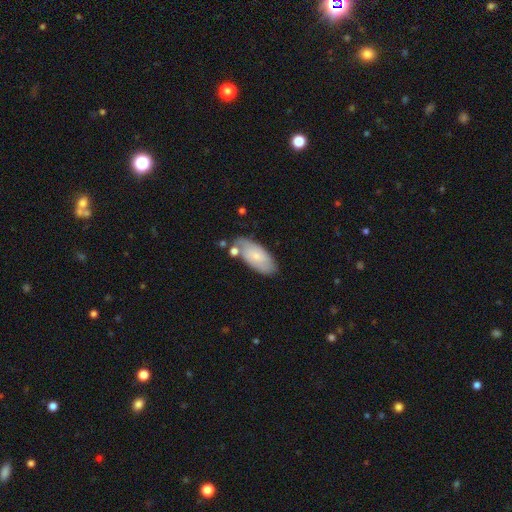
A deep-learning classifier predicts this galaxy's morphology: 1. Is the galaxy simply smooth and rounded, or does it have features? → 64% smooth, 31% featured or disk, 6% star or artifact.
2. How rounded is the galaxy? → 88% in between, 10% cigar-shaped, 2% round.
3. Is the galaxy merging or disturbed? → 62% none, 22% minor disturbance, 11% merger, 5% major disturbance.